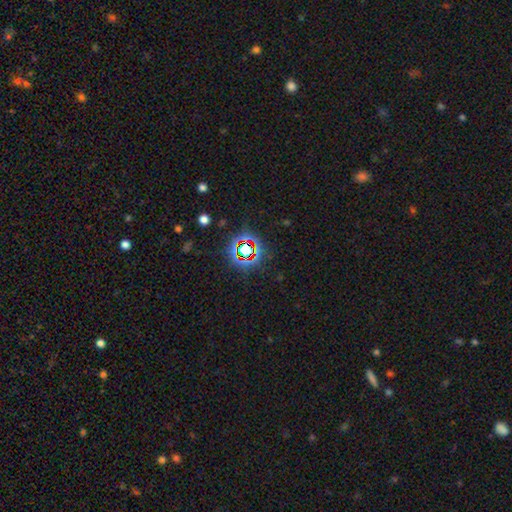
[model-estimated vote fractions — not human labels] Smooth or featured: star or artifact — 75% (smooth — 14%)